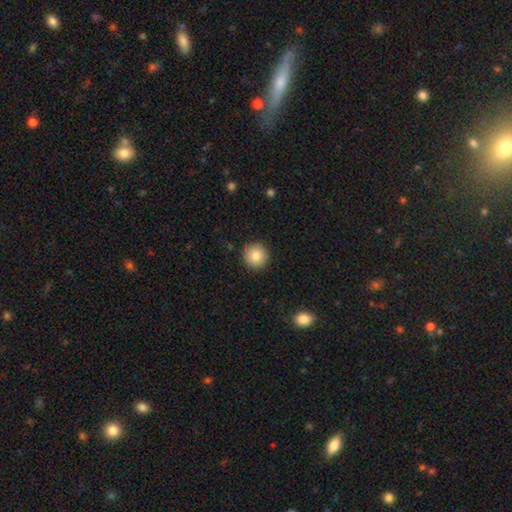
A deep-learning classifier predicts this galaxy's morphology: Smooth or featured? smooth (84%)
How rounded? round (94%)
Merging? none (90%)